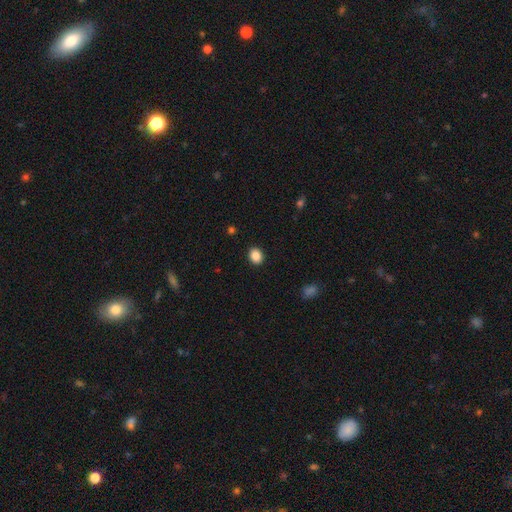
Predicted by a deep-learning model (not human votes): This is clearly a smooth galaxy (88%). How rounded: possibly round (58%). Merging: clearly none (91%).